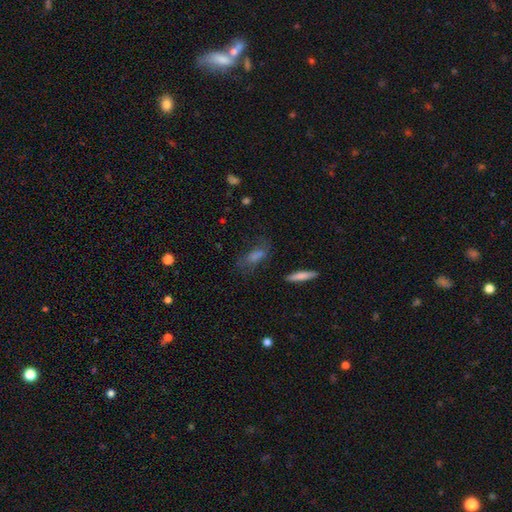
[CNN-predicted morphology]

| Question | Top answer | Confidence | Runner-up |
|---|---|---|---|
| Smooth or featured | smooth | 52% | featured or disk (27%) |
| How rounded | in between | 59% | cigar-shaped (33%) |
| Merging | none | 63% | minor disturbance (20%) |